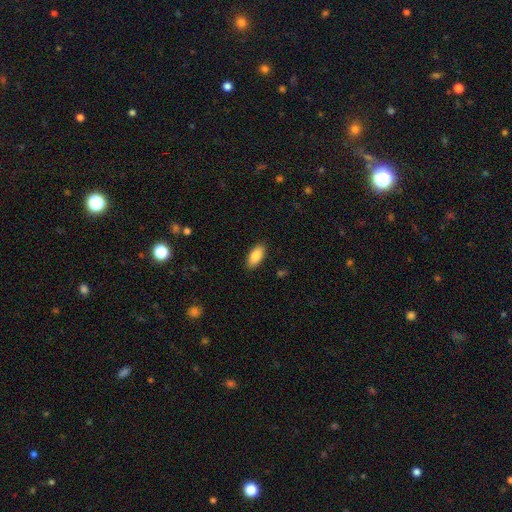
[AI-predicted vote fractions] Smooth or featured?
  - smooth: 87% *
  - featured or disk: 6%
  - star or artifact: 6%
How rounded?
  - in between: 90% *
  - cigar-shaped: 8%
  - round: 2%
Merging?
  - none: 89% *
  - minor disturbance: 8%
  - major disturbance: 2%
  - merger: 1%